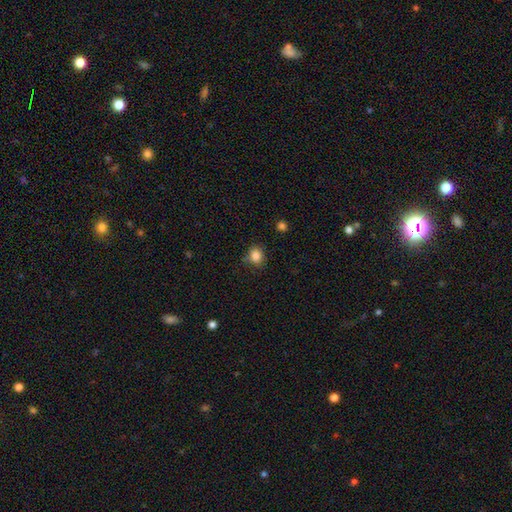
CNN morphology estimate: smooth 85%, star or artifact 11%, featured or disk 4%. Down the decision tree: how rounded — round (69%); merging — none (73%).